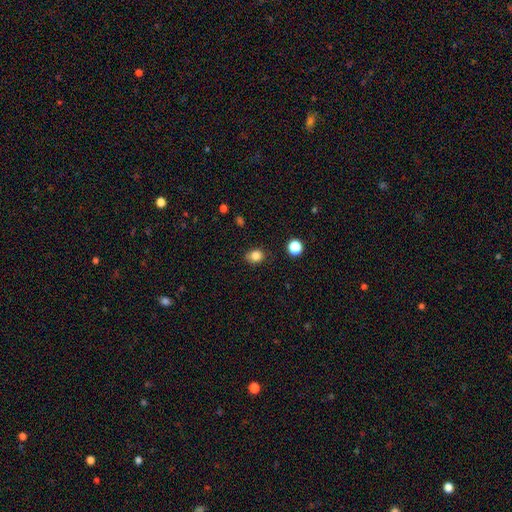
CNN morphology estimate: This appears to be a smooth galaxy with no disk features (84%) that is round (59%). Merging: none (78%).